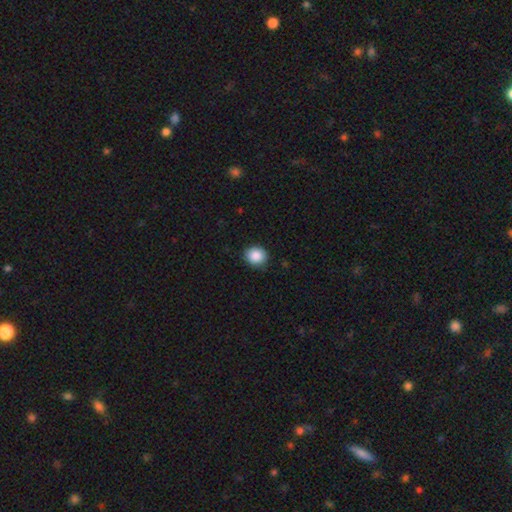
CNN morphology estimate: type=smooth (88%); roundness=round (77%); merging=none (86%).